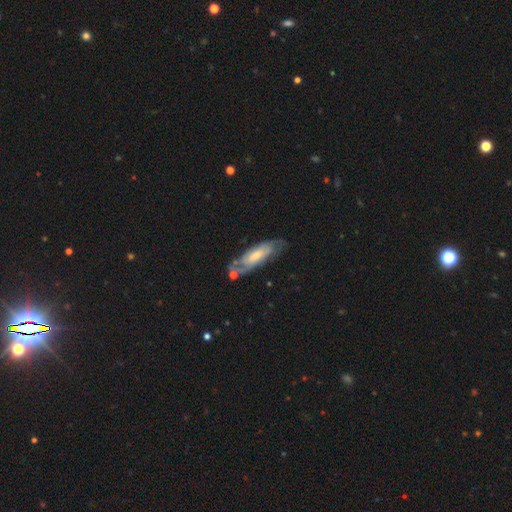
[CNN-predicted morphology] type=featured or disk (63%); edge-on=no (80%); bar=no (60%); spiral arms=yes (82%); bulge=small (48%); merging=none (60%).